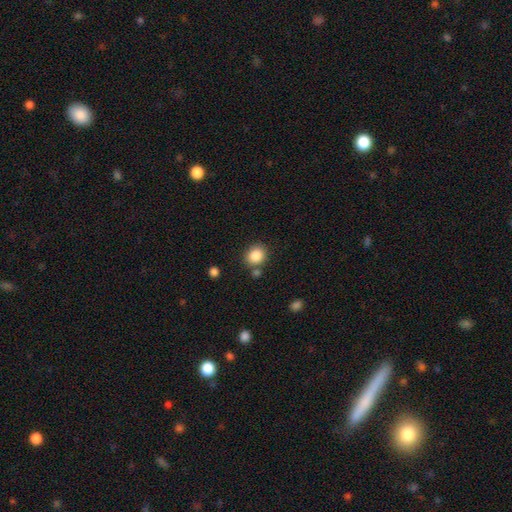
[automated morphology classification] Q: Smooth or featured?
A: smooth (86%); runner-up: star or artifact (9%)
Q: How rounded?
A: round (75%); runner-up: in between (25%)
Q: Merging?
A: none (76%); runner-up: minor disturbance (11%)